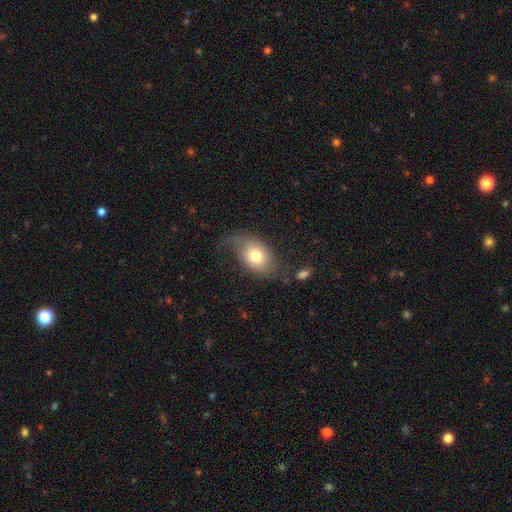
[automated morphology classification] Smooth or featured? Predicted: smooth (p=0.68). How rounded? Predicted: in between (p=0.80). Merging? Predicted: none (p=0.44).